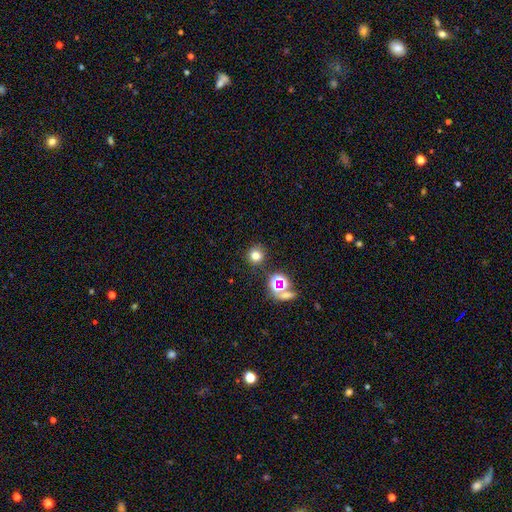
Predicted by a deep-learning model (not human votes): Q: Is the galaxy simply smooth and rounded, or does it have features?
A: smooth — 71%.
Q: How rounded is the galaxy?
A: round — 92%.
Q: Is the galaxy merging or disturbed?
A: none — 86%.